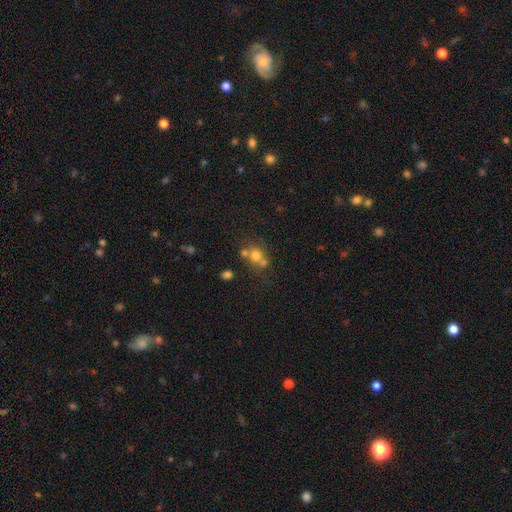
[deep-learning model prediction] Q: Smooth or featured?
A: smooth (64%); runner-up: featured or disk (19%)
Q: How rounded?
A: round (76%); runner-up: in between (23%)
Q: Merging?
A: none (45%); runner-up: merger (40%)